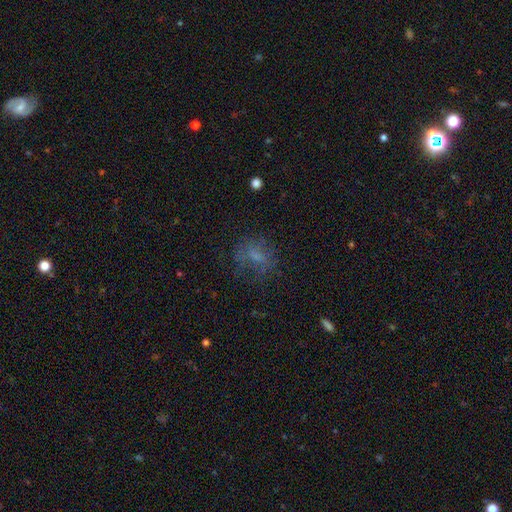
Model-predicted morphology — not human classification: A smooth galaxy with no disk features (54%) that is round (49%). Merging: none (57%).